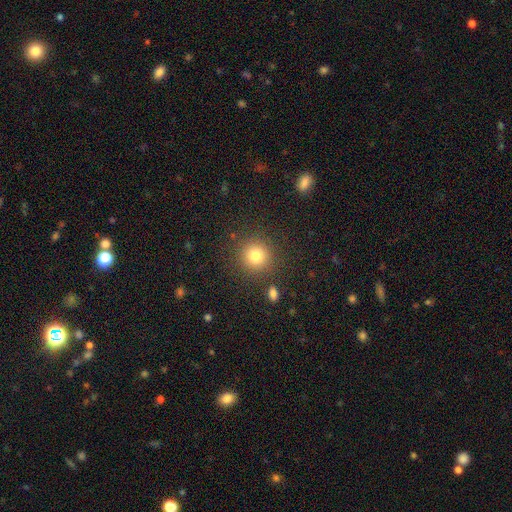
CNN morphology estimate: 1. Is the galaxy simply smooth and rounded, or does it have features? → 80% smooth, 13% star or artifact, 7% featured or disk.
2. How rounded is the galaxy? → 94% round, 5% in between, 1% cigar-shaped.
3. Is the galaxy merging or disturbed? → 87% none, 7% minor disturbance, 3% major disturbance, 3% merger.